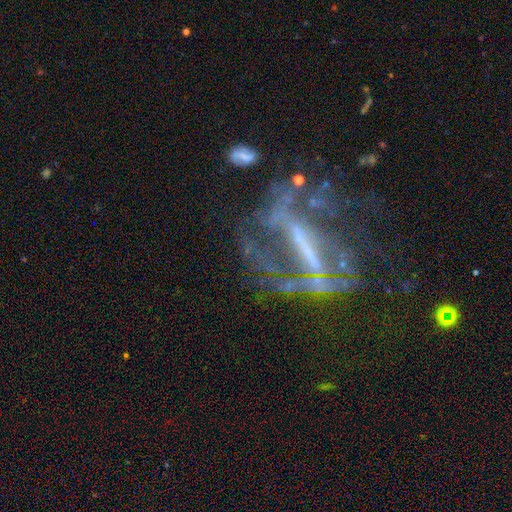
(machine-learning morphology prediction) type=featured or disk (76%); edge-on=no (82%); bar=strong (60%); spiral arms=yes (53%); bulge=none (41%); merging=none (40%).